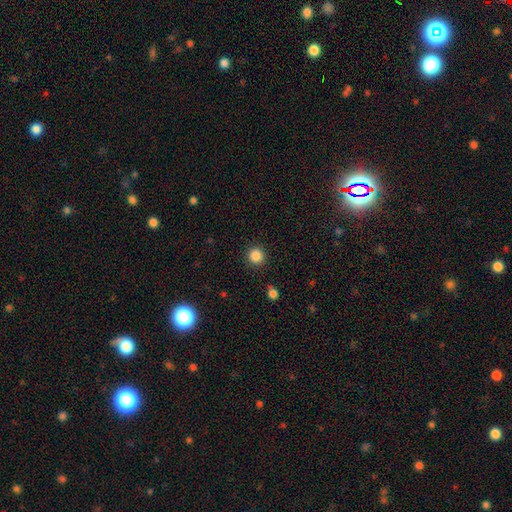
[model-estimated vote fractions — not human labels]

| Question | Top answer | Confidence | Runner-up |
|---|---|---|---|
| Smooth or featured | smooth | 86% | star or artifact (11%) |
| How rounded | round | 94% | in between (5%) |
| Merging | none | 90% | minor disturbance (6%) |